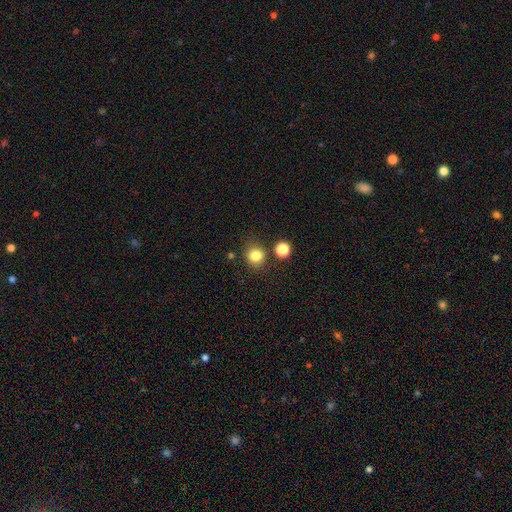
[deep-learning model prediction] This is clearly a smooth galaxy (82%). How rounded: clearly round (87%). Merging: clearly none (81%).